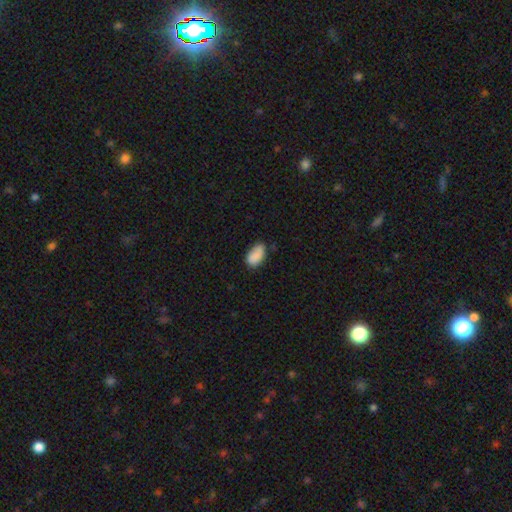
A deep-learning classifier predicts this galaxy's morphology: A smooth galaxy with no disk features (87%) that is in between round and cigar-shaped (94%). Merging: none (66%).